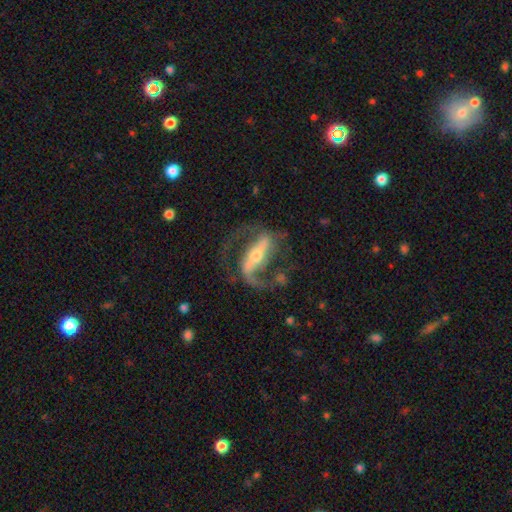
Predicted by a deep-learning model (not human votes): smooth-or-featured: featured or disk: 88% | smooth: 7% | star or artifact: 5%
  disk-edge-on: no: 90% | yes: 10%
    bar: strong: 73% | weak: 18% | no: 9%
    has-spiral-arms: yes: 92% | no: 8%
      spiral-winding: medium: 49% | loose: 37% | tight: 14%
      spiral-arm-count: 2: 87% | 1: 7% | can't tell: 3% | 3: 1% | 4: 1% | more than 4: 1%
    bulge-size: small: 50% | moderate: 43% | large: 4% | none: 2% | dominant: 1%
  merging: none: 63% | major disturbance: 19% | minor disturbance: 15% | merger: 3%